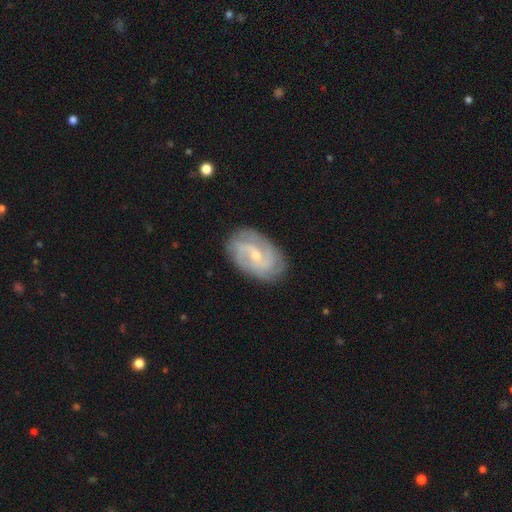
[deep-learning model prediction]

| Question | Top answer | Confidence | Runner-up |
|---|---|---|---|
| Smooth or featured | featured or disk | 82% | smooth (12%) |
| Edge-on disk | no | 97% | yes (3%) |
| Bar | weak | 47% | no (42%) |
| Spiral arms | yes | 95% | no (5%) |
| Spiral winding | medium | 42% | tight (41%) |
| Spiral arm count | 2 | 42% | can't tell (23%) |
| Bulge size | small | 65% | moderate (31%) |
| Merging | none | 80% | minor disturbance (15%) |